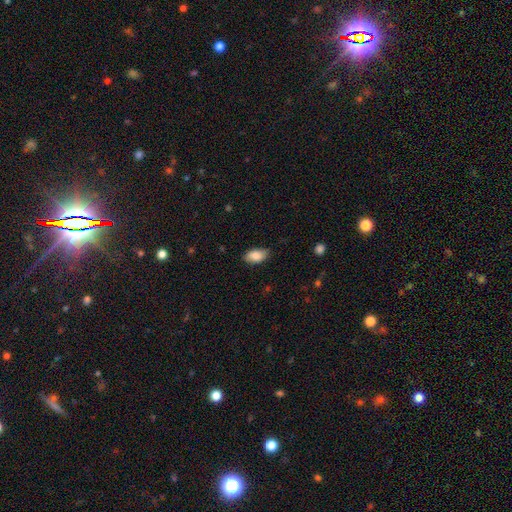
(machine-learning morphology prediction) The model was most divided on "merging": none: 82%, minor disturbance: 14%, major disturbance: 2%, merger: 1%. More confident: how rounded — in between (93%); smooth or featured — smooth (86%).